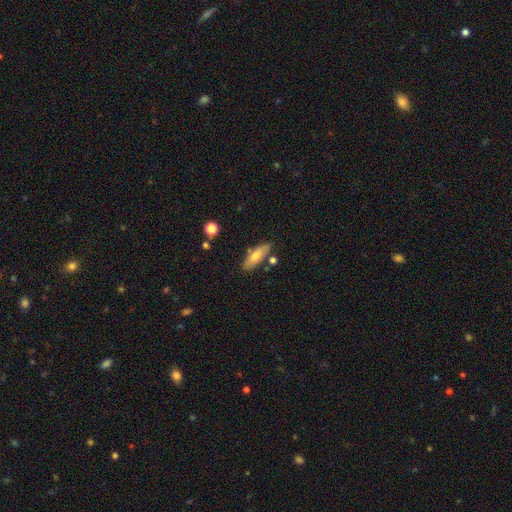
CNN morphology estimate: The model was most divided on "how rounded": in between: 56%, cigar-shaped: 42%, round: 2%. More confident: merging — none (77%); smooth or featured — smooth (70%).